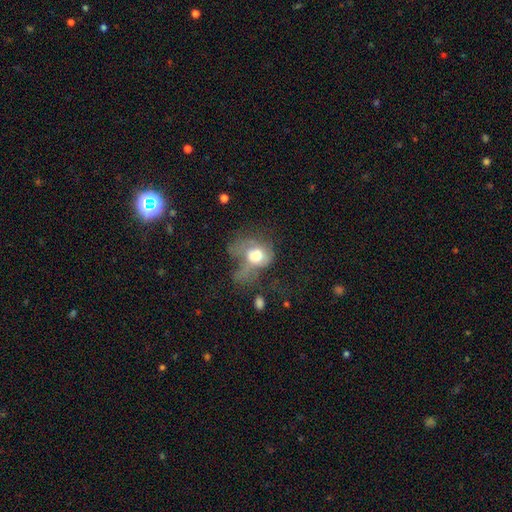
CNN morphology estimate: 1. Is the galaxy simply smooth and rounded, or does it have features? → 53% smooth, 36% featured or disk, 10% star or artifact.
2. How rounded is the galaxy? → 63% in between, 36% round, 2% cigar-shaped.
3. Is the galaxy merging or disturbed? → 57% major disturbance, 16% merger, 14% minor disturbance, 13% none.